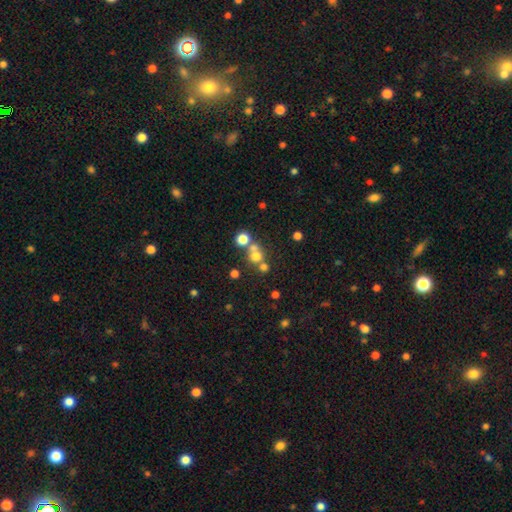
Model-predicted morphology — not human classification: type=smooth (64%); roundness=round (84%); merging=none (49%).